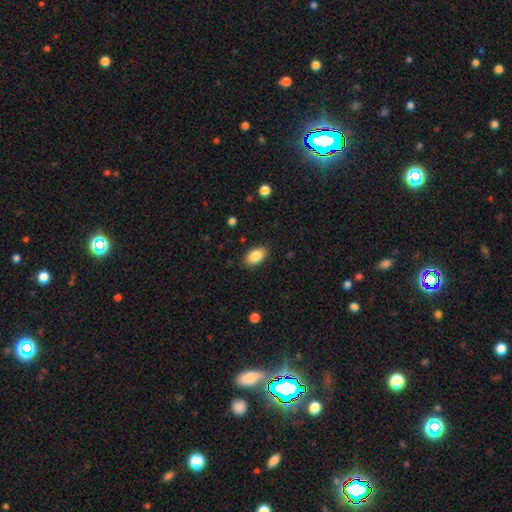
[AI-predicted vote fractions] Smooth or featured? Predicted: smooth (p=0.86). How rounded? Predicted: in between (p=0.93). Merging? Predicted: none (p=0.87).